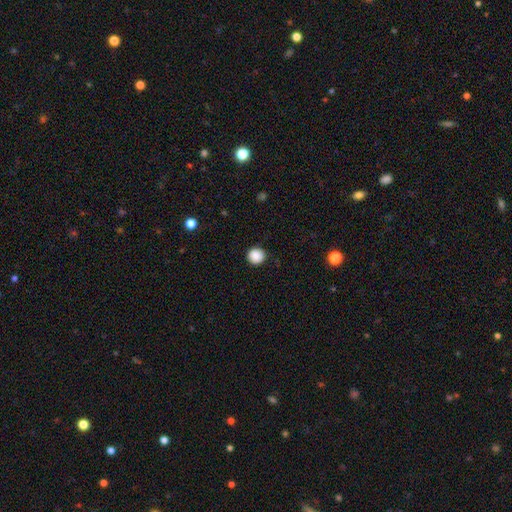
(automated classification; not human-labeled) A smooth galaxy with no disk features (88%) that is round (95%). Merging: none (92%).